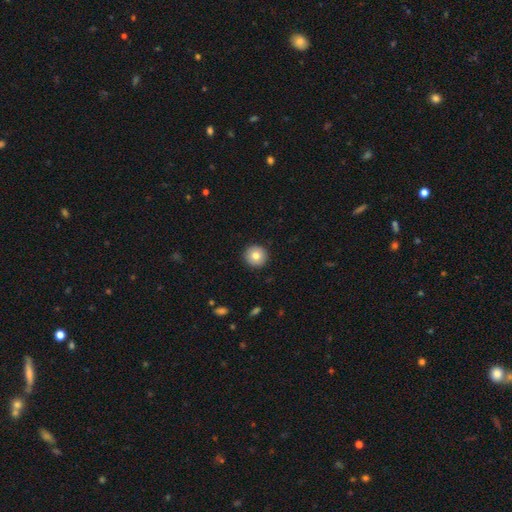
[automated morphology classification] type=smooth (80%); roundness=round (96%); merging=none (92%).